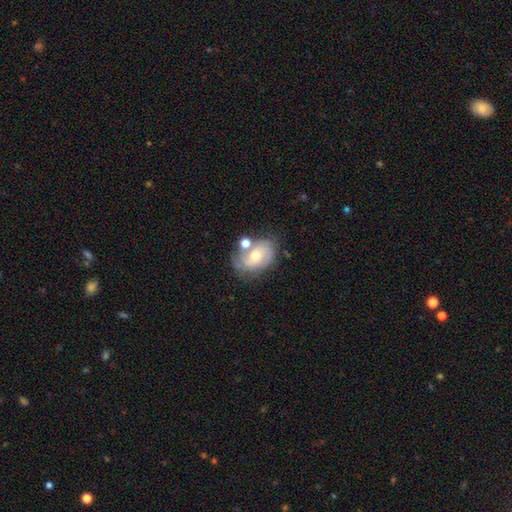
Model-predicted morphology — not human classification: This is likely a featured or disk galaxy (65%). It is clearly not viewed edge-on (97%). Bar: likely no (63%). Spiral arm pattern: clearly yes (86%). Spiral arm count: possibly 2 (49%). Spiral winding: marginally tight (43%). Central bulge: possibly moderate (53%). Merging: possibly none (52%).